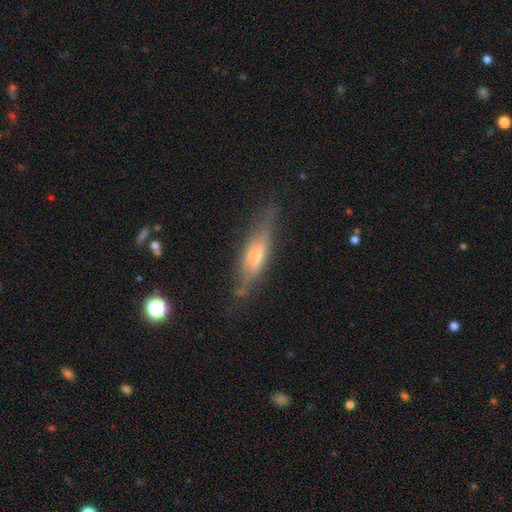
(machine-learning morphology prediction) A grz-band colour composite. It shows a featured or disk galaxy (65%) viewed edge-on (89%) with a rounded central bulge (59%). Merging: none (73%).